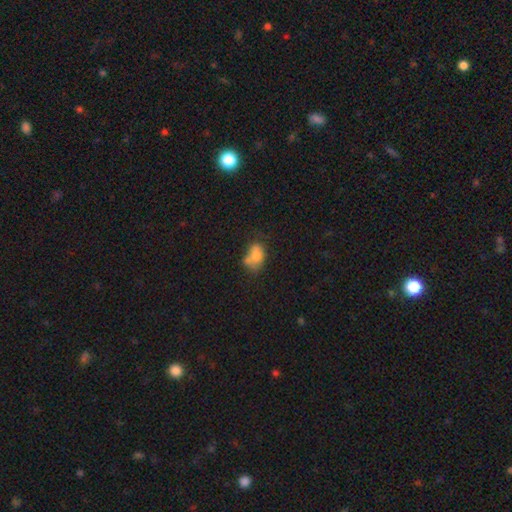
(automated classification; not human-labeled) This is likely a smooth galaxy (72%). How rounded: likely in between (78%). Merging: marginally none (34%).